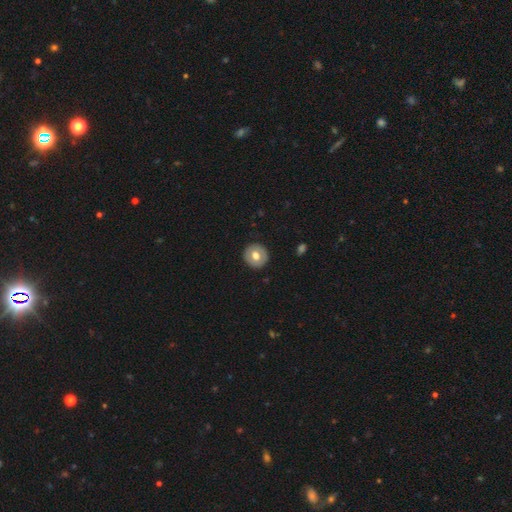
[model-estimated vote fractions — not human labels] Overall: smooth (61%; featured or disk 32%). How rounded: round (93%). Merging: none (91%).